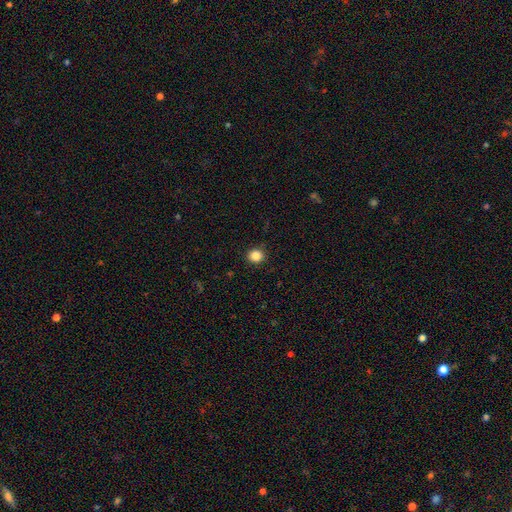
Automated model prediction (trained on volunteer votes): smooth_or_featured: smooth (p=0.86) [alt: star or artifact p=0.11]
how_rounded: round (p=0.86) [alt: in between p=0.13]
merging: none (p=0.91) [alt: minor disturbance p=0.06]